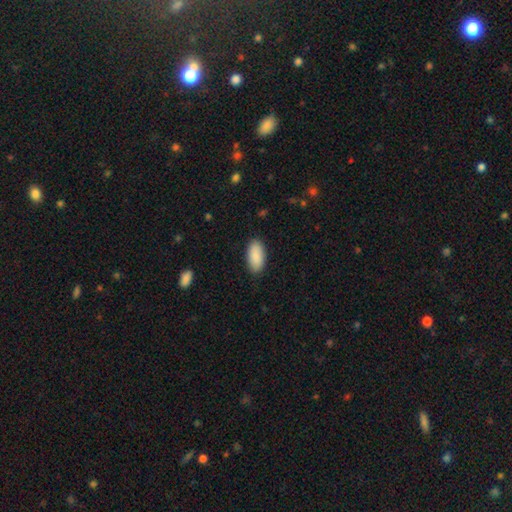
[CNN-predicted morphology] This is clearly a smooth galaxy (89%). How rounded: clearly in between (93%). Merging: clearly none (88%).